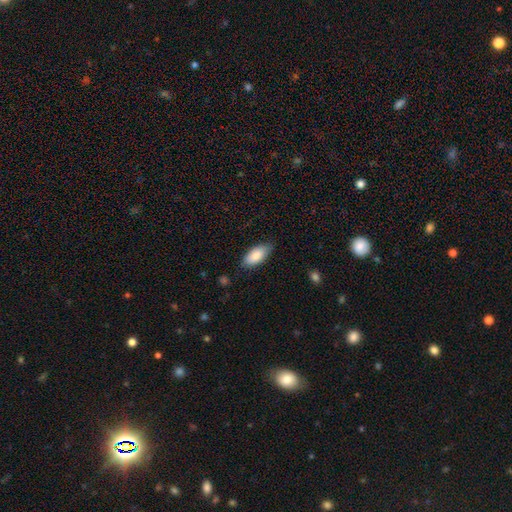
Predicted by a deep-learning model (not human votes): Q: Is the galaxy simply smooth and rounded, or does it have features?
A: smooth — 85%.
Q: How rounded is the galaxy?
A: in between — 90%.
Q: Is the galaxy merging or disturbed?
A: none — 78%.